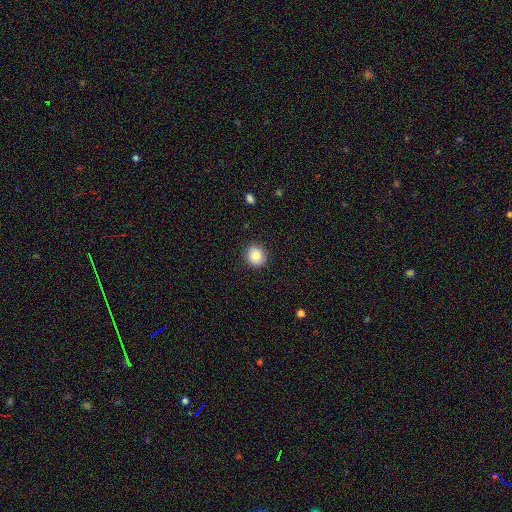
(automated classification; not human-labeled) Smooth or featured?
  - smooth: 84% *
  - star or artifact: 9%
  - featured or disk: 7%
How rounded?
  - round: 84% *
  - in between: 15%
  - cigar-shaped: 1%
Merging?
  - none: 90% *
  - minor disturbance: 7%
  - major disturbance: 2%
  - merger: 1%